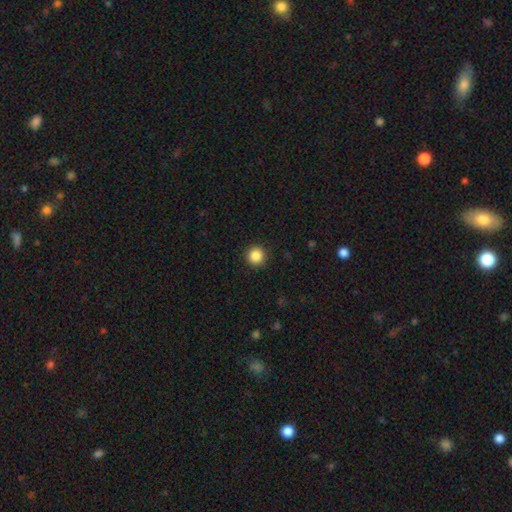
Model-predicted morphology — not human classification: Overall: smooth (86%). How rounded: round (95%). Merging: none (93%).